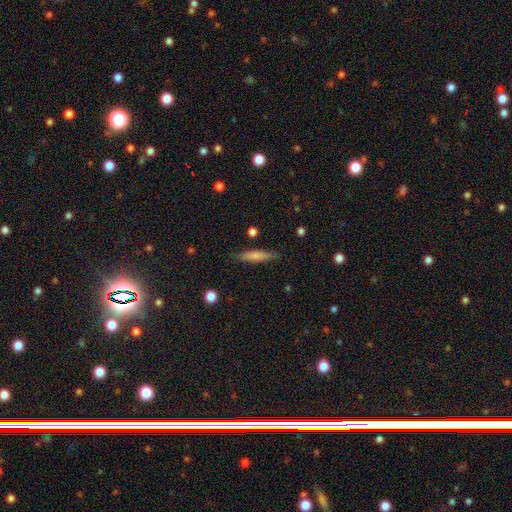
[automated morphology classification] smooth 69%, featured or disk 24%, star or artifact 6%. Down the decision tree: how rounded — cigar-shaped (87%); merging — none (86%).